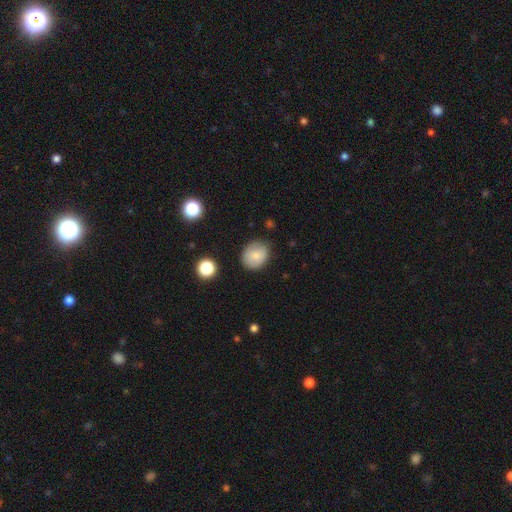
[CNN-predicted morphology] smooth 81%, featured or disk 11%, star or artifact 9%. Down the decision tree: how rounded — round (57%); merging — none (78%).